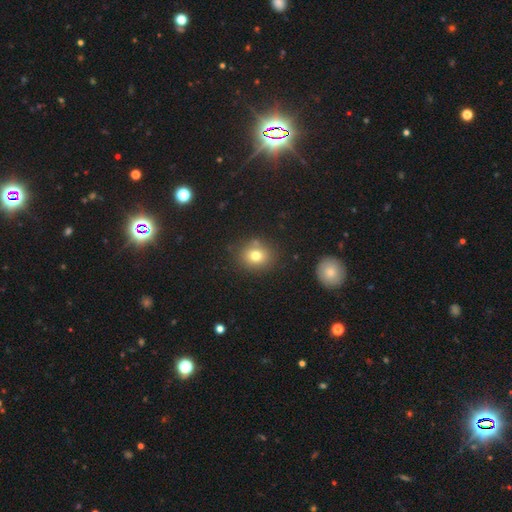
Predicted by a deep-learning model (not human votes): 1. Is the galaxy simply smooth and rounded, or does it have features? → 76% smooth, 13% star or artifact, 11% featured or disk.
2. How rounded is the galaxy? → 74% round, 25% in between, 1% cigar-shaped.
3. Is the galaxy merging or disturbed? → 80% none, 10% minor disturbance, 7% merger, 3% major disturbance.